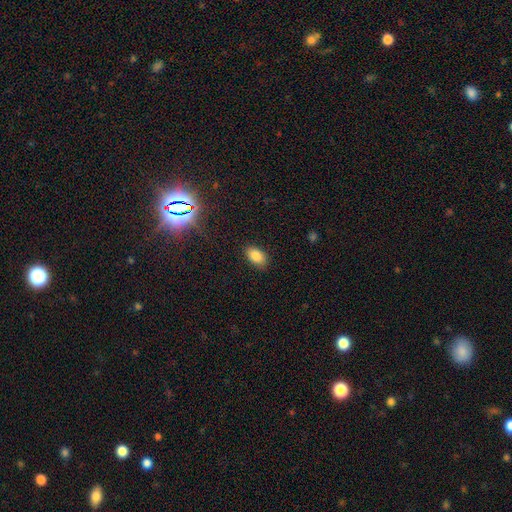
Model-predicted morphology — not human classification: This appears to be a smooth galaxy with no disk features (84%) that is in between round and cigar-shaped (90%). Merging: none (85%).